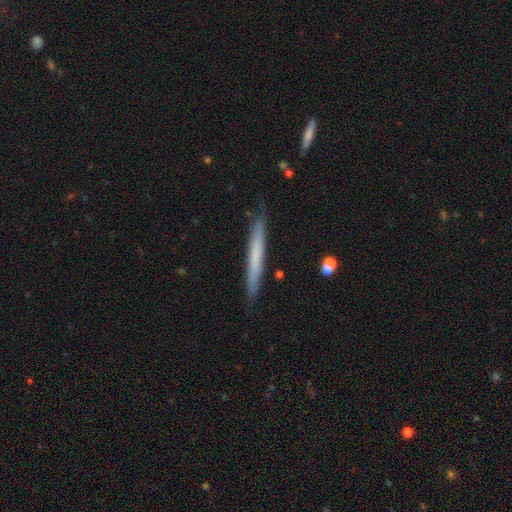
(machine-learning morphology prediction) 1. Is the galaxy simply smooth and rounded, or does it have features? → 60% smooth, 34% featured or disk, 6% star or artifact.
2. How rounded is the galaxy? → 97% cigar-shaped, 2% in between, 1% round.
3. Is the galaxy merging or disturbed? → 87% none, 10% minor disturbance, 2% major disturbance, 1% merger.